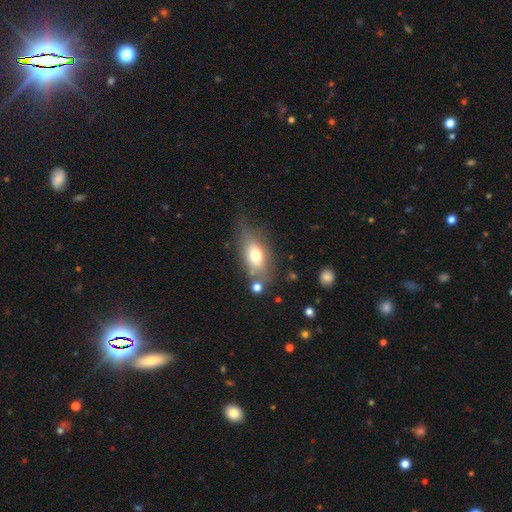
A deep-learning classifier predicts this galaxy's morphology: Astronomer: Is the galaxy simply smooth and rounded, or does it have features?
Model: smooth — 68%.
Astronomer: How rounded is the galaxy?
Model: in between — 82%.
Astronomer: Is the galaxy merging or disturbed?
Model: none — 57%.